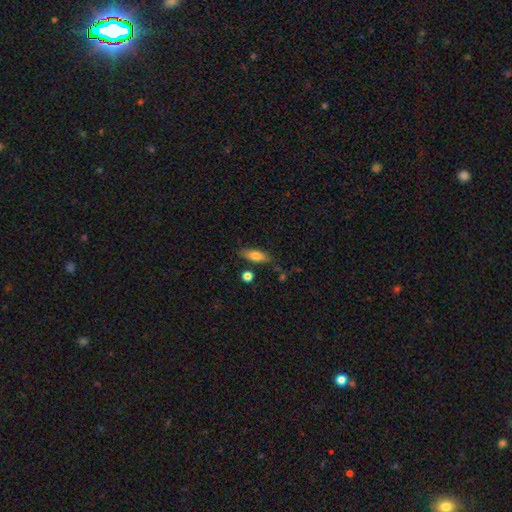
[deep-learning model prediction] This is likely a smooth galaxy (77%). How rounded: likely in between (70%). Merging: likely none (76%).